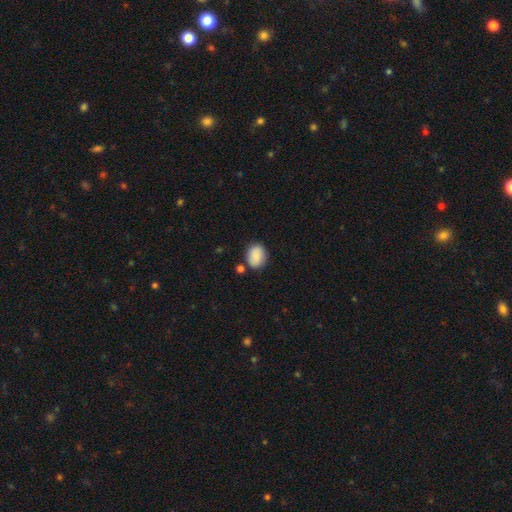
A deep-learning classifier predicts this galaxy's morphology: This is clearly a smooth galaxy (85%). How rounded: possibly in between (58%). Merging: likely none (76%).